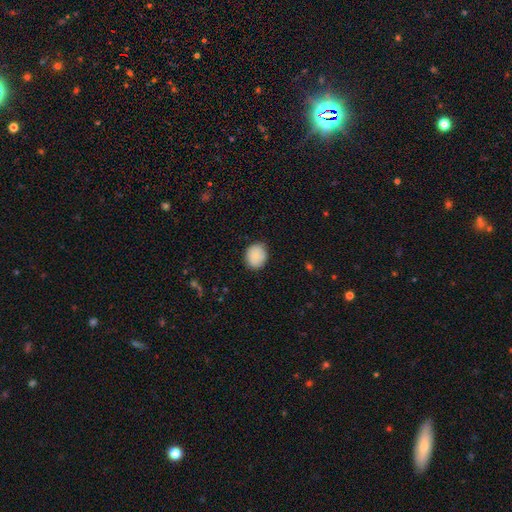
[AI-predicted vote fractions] Overall: smooth (88%). How rounded: round (68%; in between 32%). Merging: none (84%).